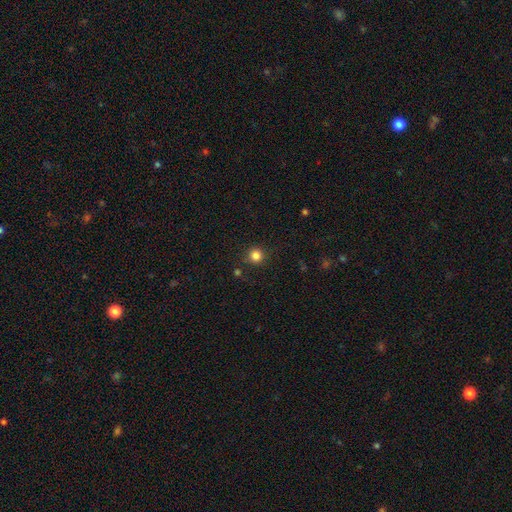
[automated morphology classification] A smooth galaxy with no disk features (83%) that is round (94%).

Vote fractions:
- Smooth or featured? smooth: 83% / star or artifact: 13% / featured or disk: 4%
- How rounded? round: 94% / in between: 5% / cigar-shaped: 1%
- Merging? none: 87% / minor disturbance: 8% / major disturbance: 3% / merger: 2%